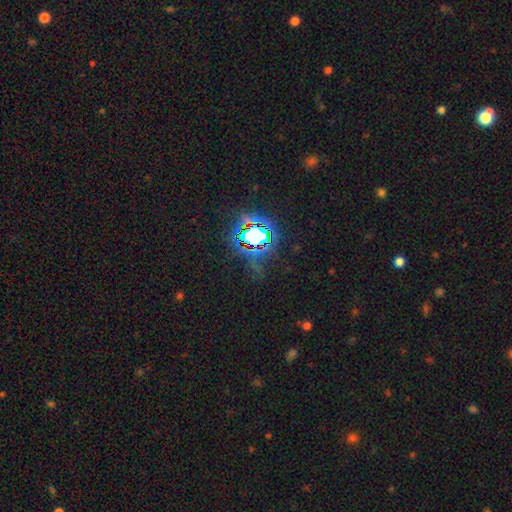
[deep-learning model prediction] This is clearly a star or artifact rather than a galaxy (81%).